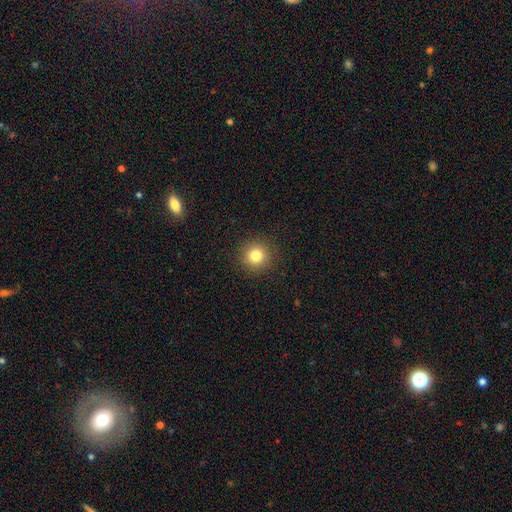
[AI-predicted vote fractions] Smooth or featured?
  - smooth: 82% *
  - star or artifact: 12%
  - featured or disk: 6%
How rounded?
  - round: 94% *
  - in between: 5%
  - cigar-shaped: 1%
Merging?
  - none: 91% *
  - minor disturbance: 6%
  - major disturbance: 2%
  - merger: 1%